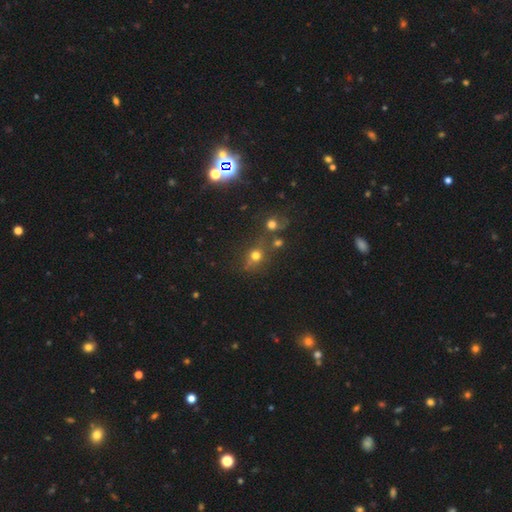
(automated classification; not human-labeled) Smooth or featured: smooth — 63% (star or artifact — 25%)
How rounded: round — 80% (in between — 18%)
Merging: none — 58% (merger — 25%)